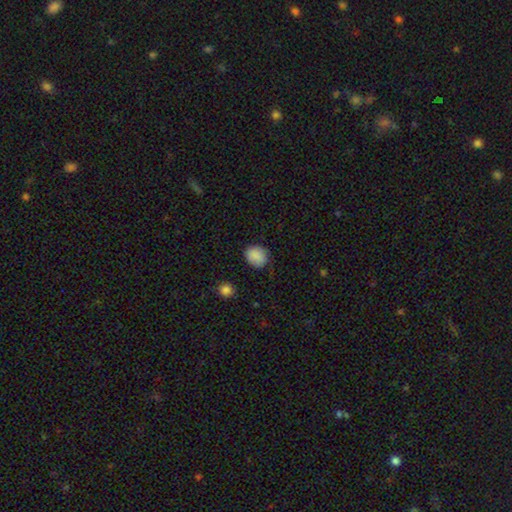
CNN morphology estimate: Overall: smooth (87%). How rounded: round (67%; in between 32%). Merging: none (75%).